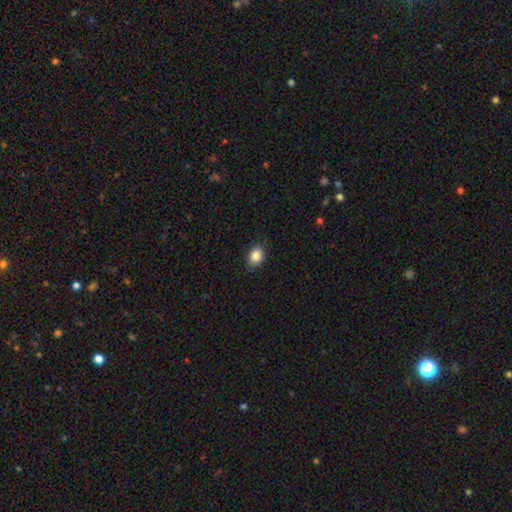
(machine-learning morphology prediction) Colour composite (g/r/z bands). It shows a smooth galaxy with no disk features (87%) that is in between round and cigar-shaped (69%). Merging: none (82%).